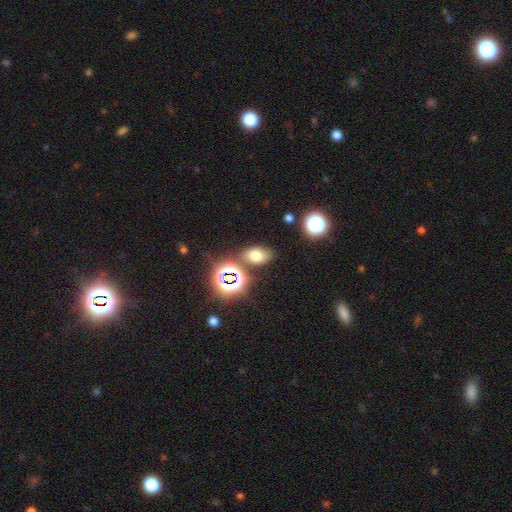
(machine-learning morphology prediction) This appears to be a smooth galaxy with no disk features (66%) that is in between round and cigar-shaped (81%). Merging: none (76%).